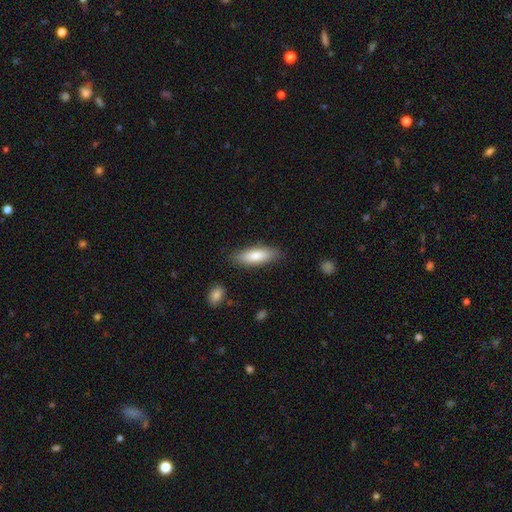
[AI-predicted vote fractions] The model was most divided on "how rounded": in between: 54%, cigar-shaped: 44%, round: 2%. More confident: merging — none (85%); smooth or featured — smooth (81%).